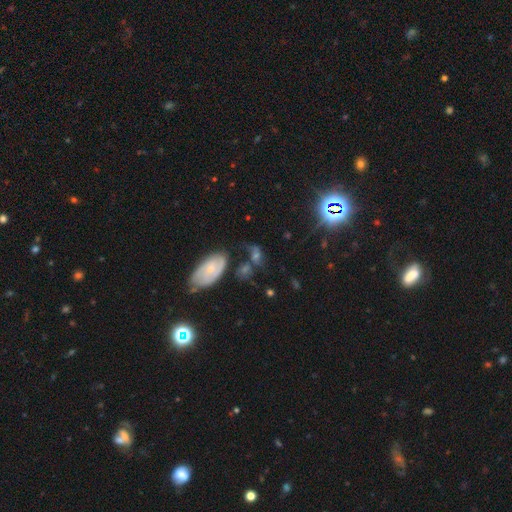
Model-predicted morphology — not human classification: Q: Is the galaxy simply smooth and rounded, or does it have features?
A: smooth — 35%, tied with featured or disk.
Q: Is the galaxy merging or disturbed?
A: none — 49%.